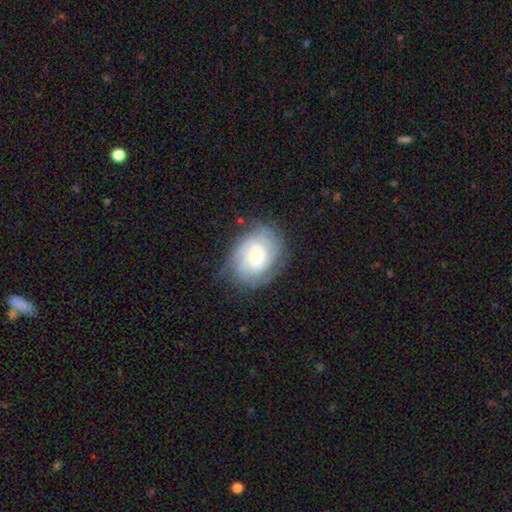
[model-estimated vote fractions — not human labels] Q: Smooth or featured?
A: featured or disk (66%); runner-up: smooth (27%)
Q: Edge-on disk?
A: no (97%); runner-up: yes (3%)
Q: Bar?
A: no (68%); runner-up: weak (27%)
Q: Spiral arms?
A: yes (88%); runner-up: no (12%)
Q: Spiral winding?
A: tight (59%); runner-up: medium (31%)
Q: Spiral arm count?
A: can't tell (48%); runner-up: 2 (17%)
Q: Bulge size?
A: moderate (44%); runner-up: small (36%)
Q: Merging?
A: none (69%); runner-up: minor disturbance (20%)